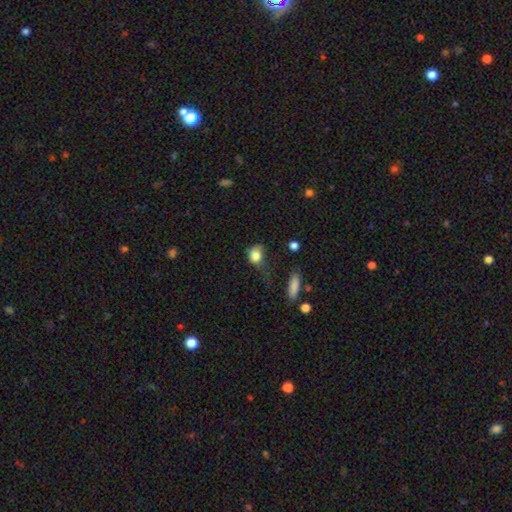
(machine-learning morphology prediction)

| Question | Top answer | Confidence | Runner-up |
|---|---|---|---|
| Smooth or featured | smooth | 83% | star or artifact (9%) |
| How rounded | in between | 52% | round (46%) |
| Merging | none | 36% | minor disturbance (33%) |